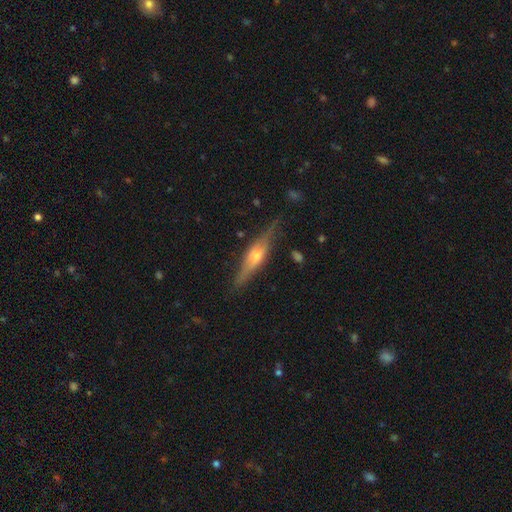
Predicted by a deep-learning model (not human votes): Smooth or featured: featured or disk — 69% (smooth — 24%)
Edge-on disk: yes — 94% (no — 6%)
Edge-on bulge: rounded — 82% (boxy — 11%)
Merging: none — 81% (minor disturbance — 14%)